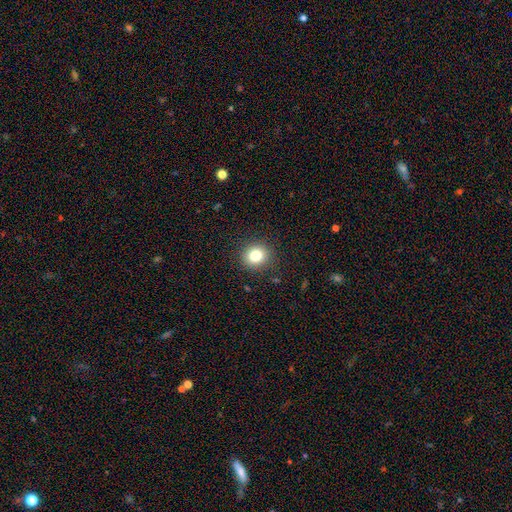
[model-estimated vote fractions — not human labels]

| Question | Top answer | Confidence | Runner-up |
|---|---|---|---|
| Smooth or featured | smooth | 81% | star or artifact (12%) |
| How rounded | round | 85% | in between (14%) |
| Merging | none | 90% | minor disturbance (7%) |